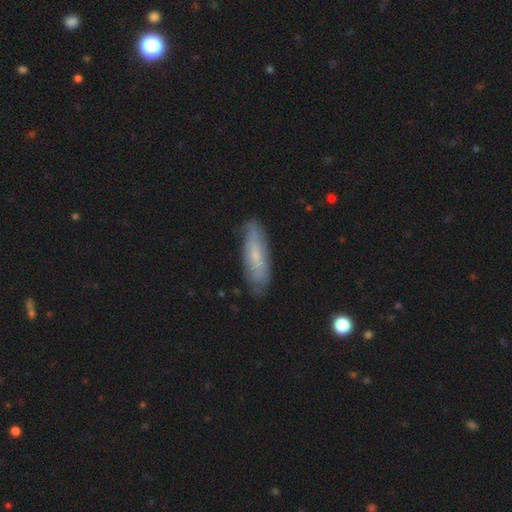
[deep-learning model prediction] smooth_or_featured: smooth (p=0.52) [alt: featured or disk p=0.41]
how_rounded: cigar-shaped (p=0.55) [alt: in between p=0.43]
merging: none (p=0.80) [alt: minor disturbance p=0.16]